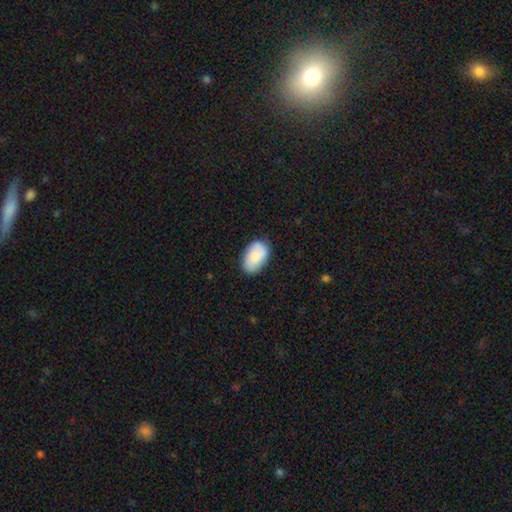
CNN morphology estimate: Overall: smooth (81%). How rounded: in between (89%). Merging: none (79%).